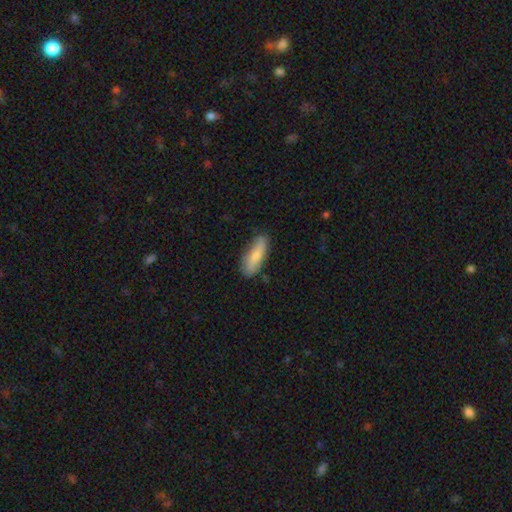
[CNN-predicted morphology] Smooth or featured: smooth — 68% (featured or disk — 26%)
How rounded: in between — 50% (cigar-shaped — 47%)
Merging: none — 78% (minor disturbance — 17%)